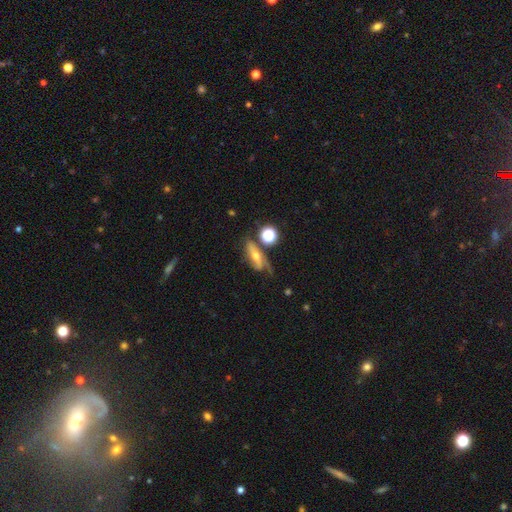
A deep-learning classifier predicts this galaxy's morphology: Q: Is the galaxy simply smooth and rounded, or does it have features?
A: featured or disk — 54%.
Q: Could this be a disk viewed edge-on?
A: no — 69%.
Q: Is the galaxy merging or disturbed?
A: none — 44%.